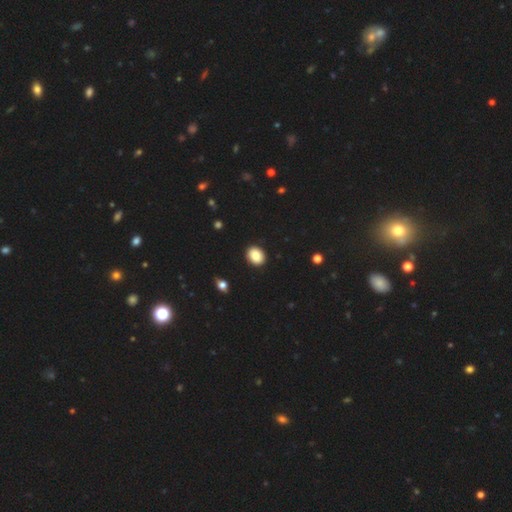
Smooth or featured: smooth — 90% (star or artifact — 10%)
How rounded: in between — 51% (round — 49%)
Merging: none — 83% (minor disturbance — 17%)